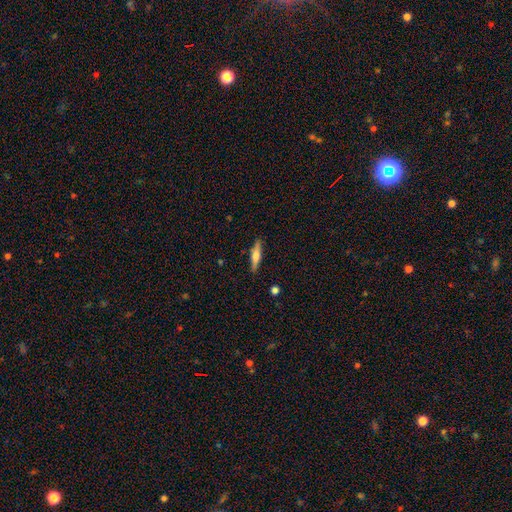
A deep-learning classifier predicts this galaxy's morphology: smooth_or_featured: smooth (p=0.50) [alt: featured or disk p=0.44]
merging: none (p=0.87) [alt: minor disturbance p=0.09]